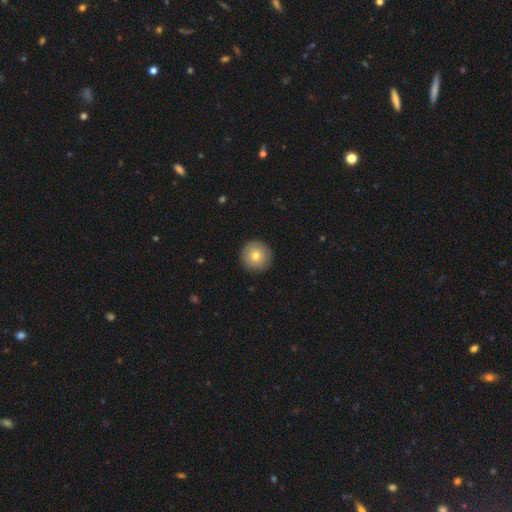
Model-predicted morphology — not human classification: Smooth or featured? smooth (75%)
How rounded? round (96%)
Merging? none (91%)